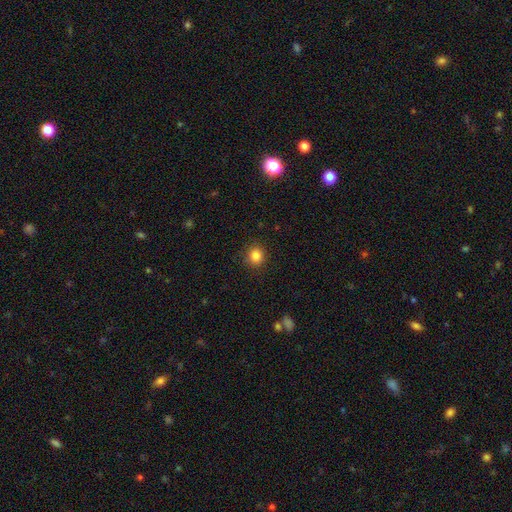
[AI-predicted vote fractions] Smooth or featured?
  - smooth: 84% *
  - star or artifact: 11%
  - featured or disk: 5%
How rounded?
  - round: 88% *
  - in between: 11%
  - cigar-shaped: 1%
Merging?
  - none: 89% *
  - minor disturbance: 7%
  - major disturbance: 2%
  - merger: 1%